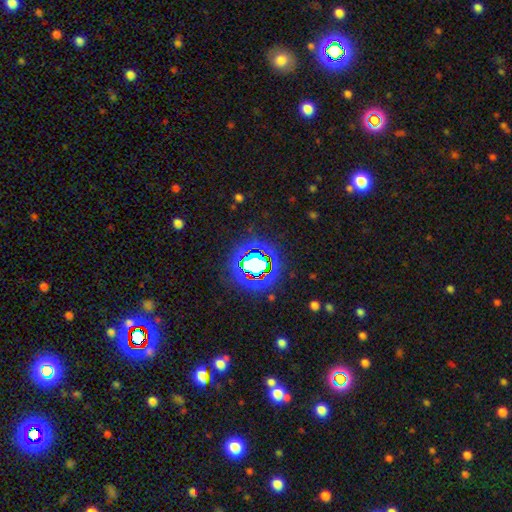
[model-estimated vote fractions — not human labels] Q: Smooth or featured?
A: star or artifact (76%); runner-up: smooth (14%)